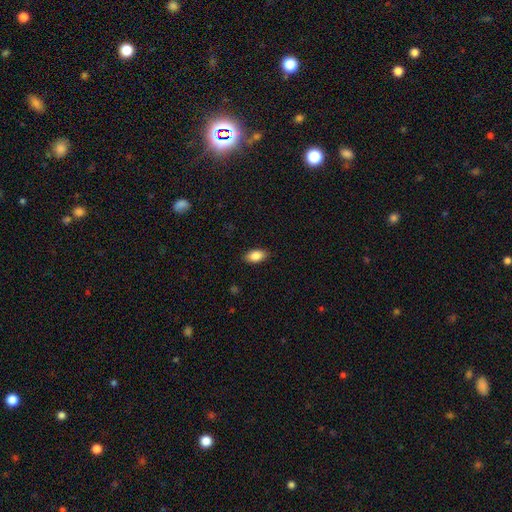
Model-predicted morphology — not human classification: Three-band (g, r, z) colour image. It shows a smooth galaxy with no disk features (86%) that is in between round and cigar-shaped (92%). Merging: none (88%).